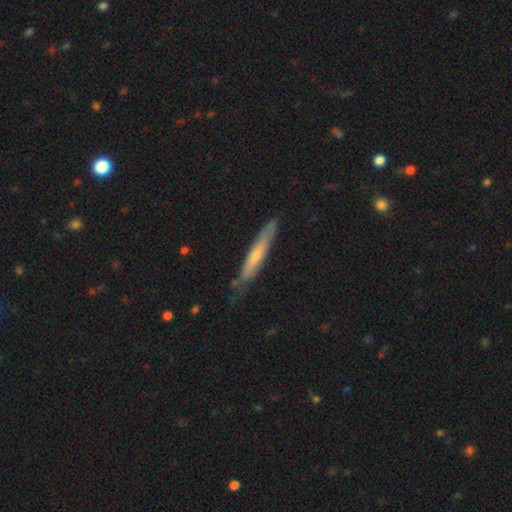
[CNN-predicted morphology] smooth_or_featured: smooth (p=0.49) [alt: featured or disk p=0.45]
merging: none (p=0.72) [alt: minor disturbance p=0.22]